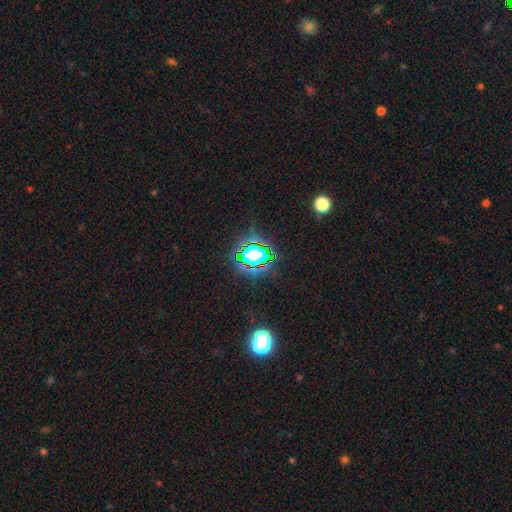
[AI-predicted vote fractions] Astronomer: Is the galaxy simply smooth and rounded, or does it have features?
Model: star or artifact — 79%.